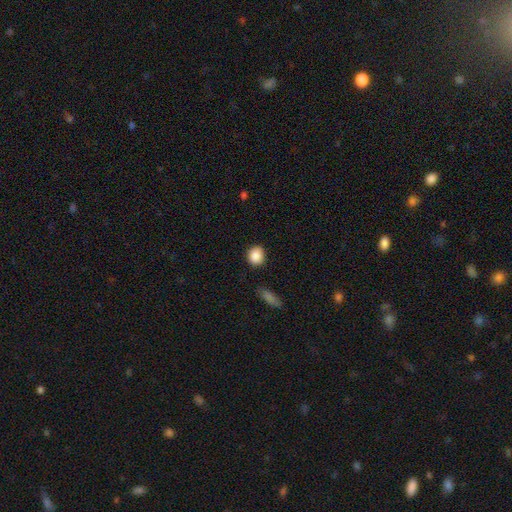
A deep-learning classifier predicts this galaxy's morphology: smooth_or_featured: smooth (p=0.88) [alt: star or artifact p=0.08]
how_rounded: round (p=0.76) [alt: in between p=0.23]
merging: none (p=0.84) [alt: minor disturbance p=0.11]